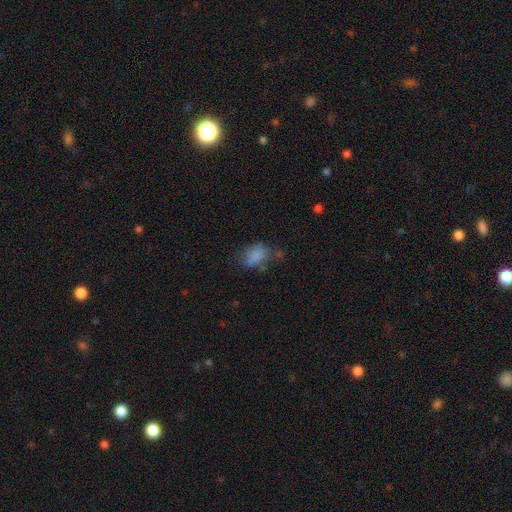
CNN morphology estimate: smooth_or_featured: smooth (p=0.74) [alt: featured or disk p=0.14]
how_rounded: in between (p=0.77) [alt: round p=0.22]
merging: none (p=0.43) [alt: minor disturbance p=0.29]